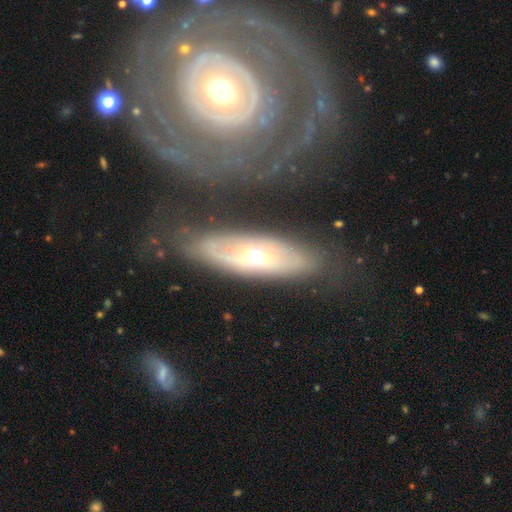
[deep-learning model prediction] Morphology: type=featured or disk (64%); edge-on=no (74%); merging=none (68%).